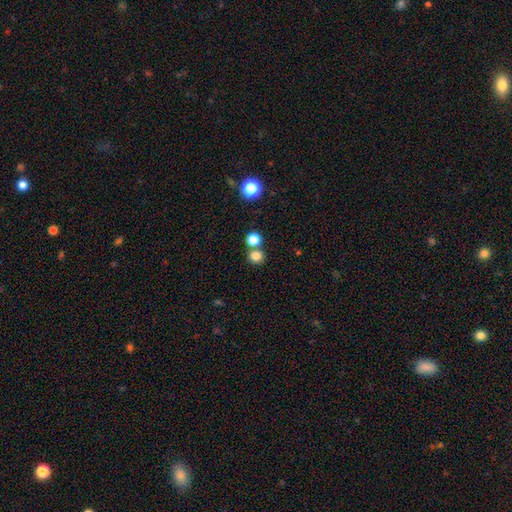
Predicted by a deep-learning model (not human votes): The model was most divided on "merging": none: 65%, merger: 26%, minor disturbance: 6%, major disturbance: 3%. More confident: how rounded — round (88%); smooth or featured — smooth (80%).